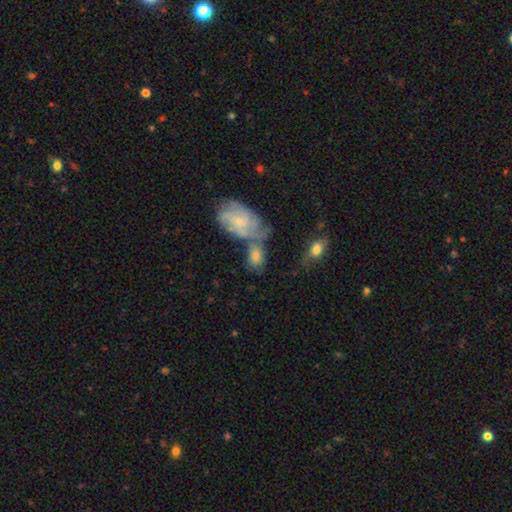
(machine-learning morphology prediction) Smooth or featured? smooth (49%)
Merging? merger (46%)